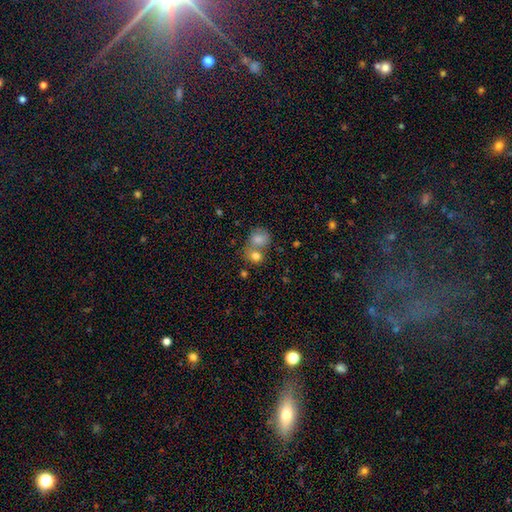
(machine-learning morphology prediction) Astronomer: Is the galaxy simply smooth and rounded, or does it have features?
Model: smooth — 79%.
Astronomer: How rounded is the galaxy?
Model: round — 70%.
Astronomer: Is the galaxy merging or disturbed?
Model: merger — 49% (runner-up: none, 39%).